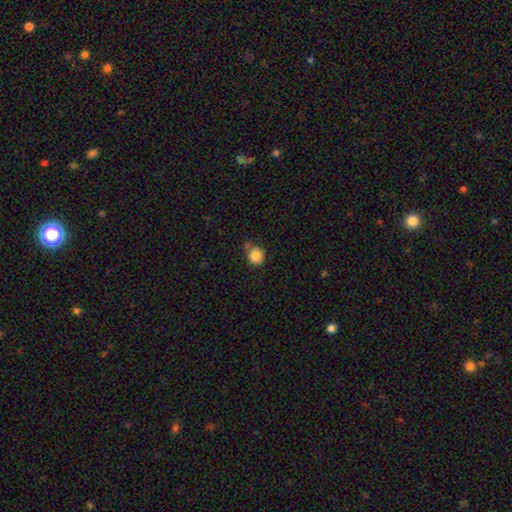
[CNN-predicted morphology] Smooth or featured? Predicted: smooth (p=0.87). How rounded? Predicted: round (p=0.87). Merging? Predicted: none (p=0.66).